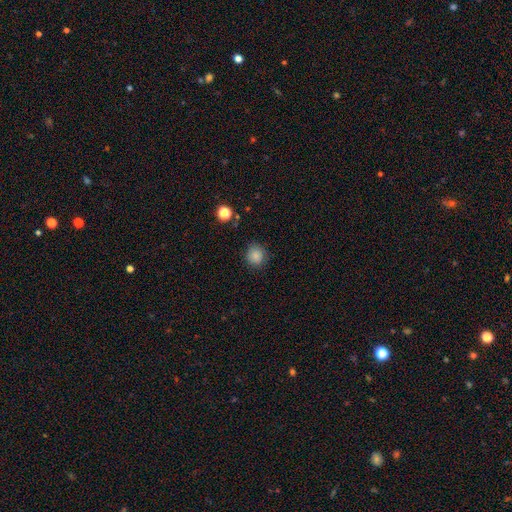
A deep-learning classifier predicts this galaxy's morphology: A smooth galaxy with no disk features (85%) that is round (88%).

Vote fractions:
- Smooth or featured? smooth: 85% / star or artifact: 11% / featured or disk: 4%
- How rounded? round: 88% / in between: 11% / cigar-shaped: 1%
- Merging? none: 85% / minor disturbance: 11% / major disturbance: 3% / merger: 1%